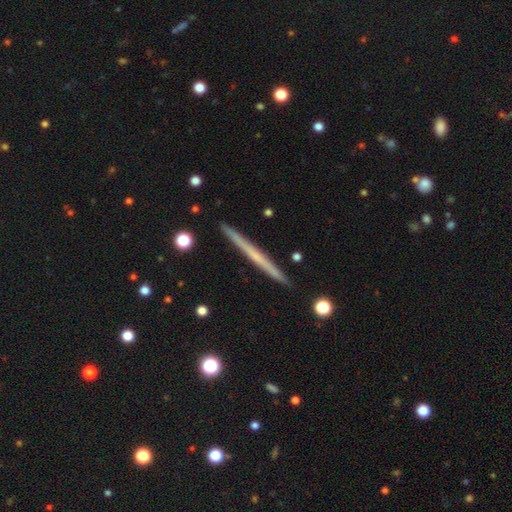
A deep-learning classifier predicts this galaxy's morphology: This appears to be a featured or disk galaxy (55%) viewed edge-on (98%) with no central bulge (86%). Merging: none (92%).